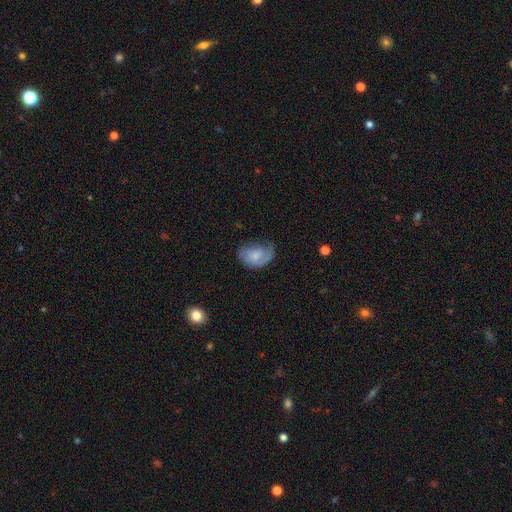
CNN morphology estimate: smooth-or-featured: featured or disk: 49% | smooth: 44% | star or artifact: 7%
  merging: none: 50% | minor disturbance: 30% | major disturbance: 17% | merger: 2%